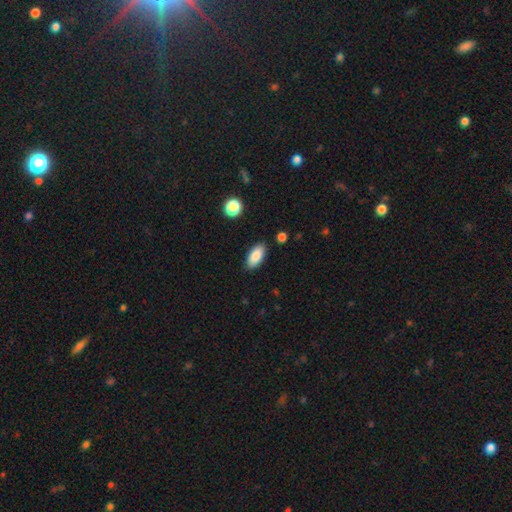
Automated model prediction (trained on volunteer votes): smooth 86%, featured or disk 7%, star or artifact 7%. Down the decision tree: how rounded — in between (89%); merging — none (86%).